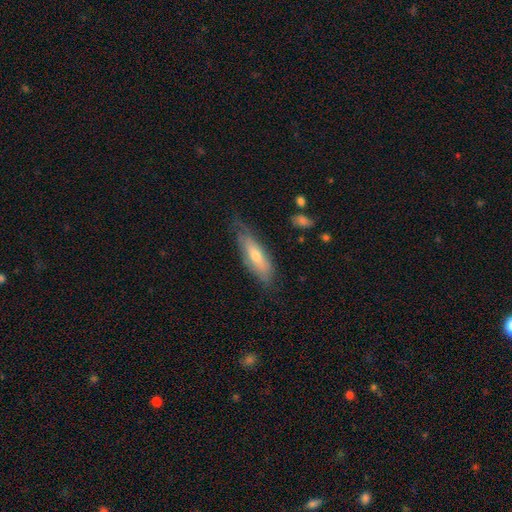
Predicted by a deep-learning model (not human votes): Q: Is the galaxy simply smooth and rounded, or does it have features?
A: smooth — 54%.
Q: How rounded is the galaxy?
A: in between — 49%, tied with cigar-shaped.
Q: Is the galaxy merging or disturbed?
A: none — 62%.